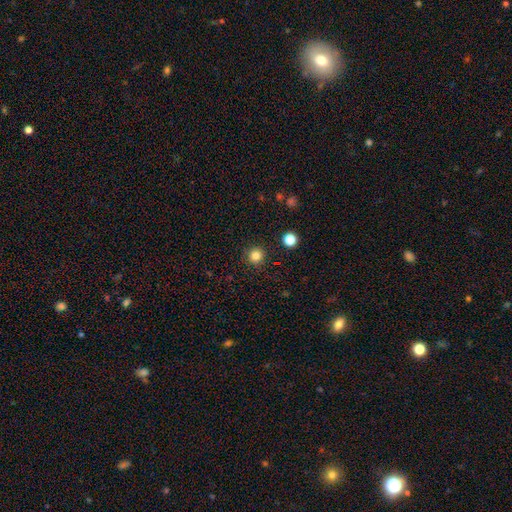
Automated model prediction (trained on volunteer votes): Smooth or featured? Predicted: smooth (p=0.82). How rounded? Predicted: round (p=0.95). Merging? Predicted: none (p=0.91).